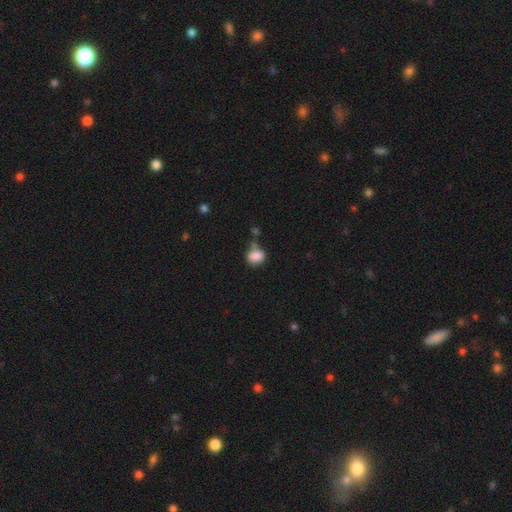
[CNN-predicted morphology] type=smooth (85%); roundness=round (52%); merging=none (52%).